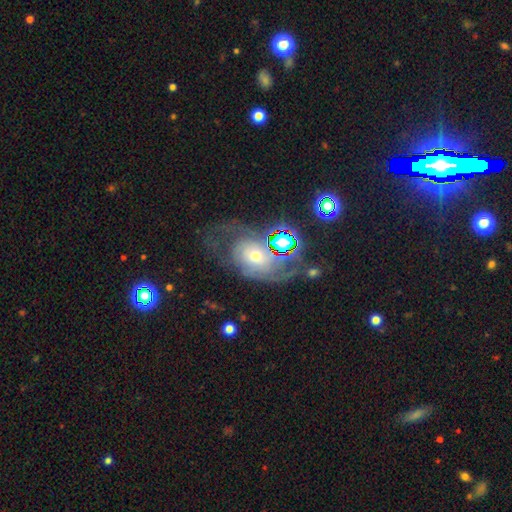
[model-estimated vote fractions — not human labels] smooth_or_featured: featured or disk (p=0.70) [alt: star or artifact p=0.17]
disk_edge_on: no (p=0.95) [alt: yes p=0.05]
bar: no (p=0.72) [alt: weak p=0.21]
has_spiral_arms: yes (p=0.84) [alt: no p=0.16]
spiral_winding: tight (p=0.47) [alt: medium p=0.38]
spiral_arm_count: 2 (p=0.43) [alt: can't tell p=0.33]
bulge_size: small (p=0.49) [alt: moderate p=0.44]
merging: none (p=0.55) [alt: major disturbance p=0.20]